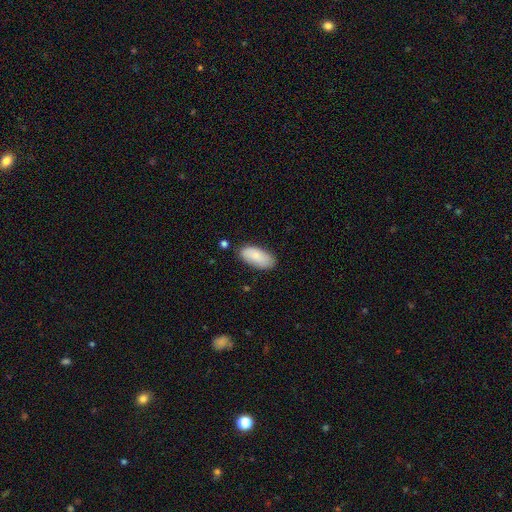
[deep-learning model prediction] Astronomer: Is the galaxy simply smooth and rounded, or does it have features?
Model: smooth — 85%.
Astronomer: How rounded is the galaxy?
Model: in between — 91%.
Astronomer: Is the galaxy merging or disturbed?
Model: none — 78%.